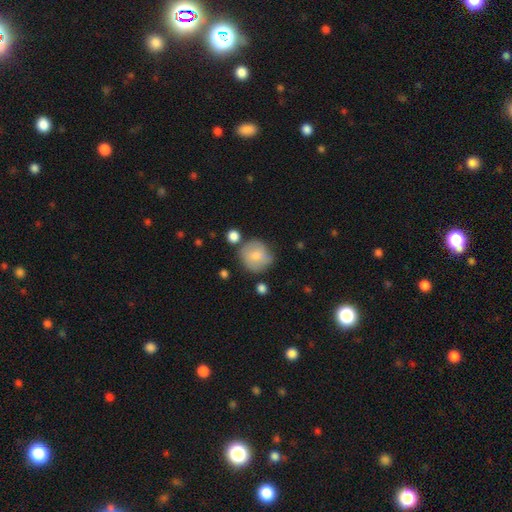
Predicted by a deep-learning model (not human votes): Overall: smooth (72%). How rounded: round (89%). Merging: none (65%).